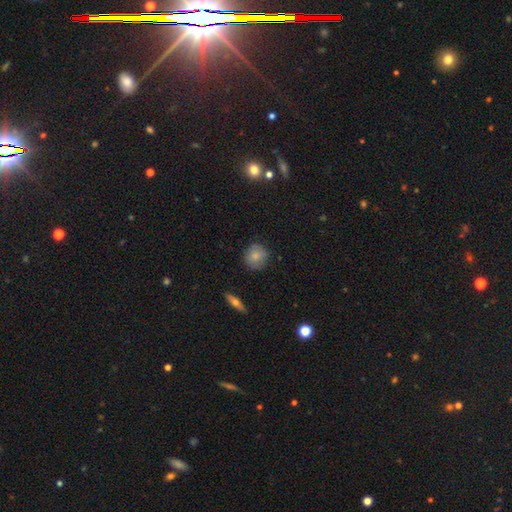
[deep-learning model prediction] A smooth galaxy with no disk features (82%) that is round (90%). Merging: none (84%).